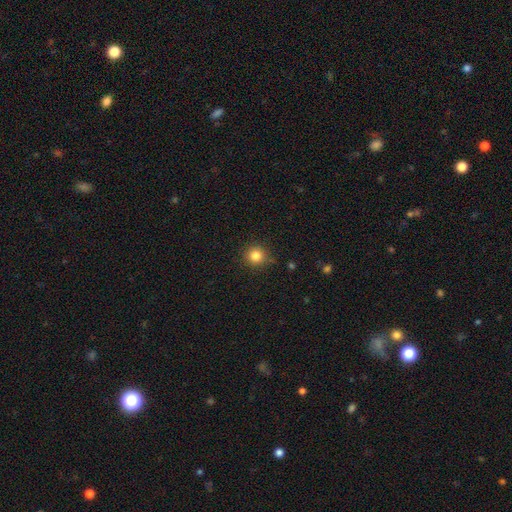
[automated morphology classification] Smooth or featured: smooth — 84% (star or artifact — 12%)
How rounded: round — 93% (in between — 6%)
Merging: none — 87% (minor disturbance — 9%)